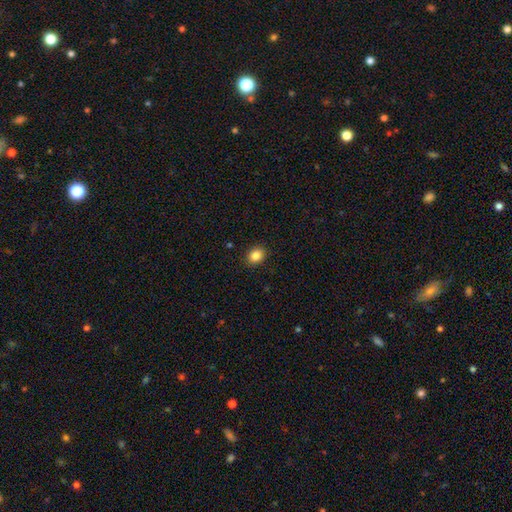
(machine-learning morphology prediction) smooth_or_featured: smooth (p=0.85) [alt: star or artifact p=0.10]
how_rounded: round (p=0.50) [alt: in between p=0.49]
merging: none (p=0.89) [alt: minor disturbance p=0.08]